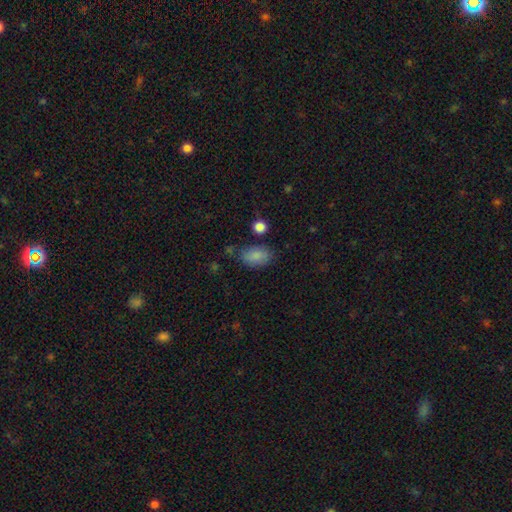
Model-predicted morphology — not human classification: smooth 85%, star or artifact 8%, featured or disk 7%. Down the decision tree: how rounded — in between (88%); merging — none (71%).